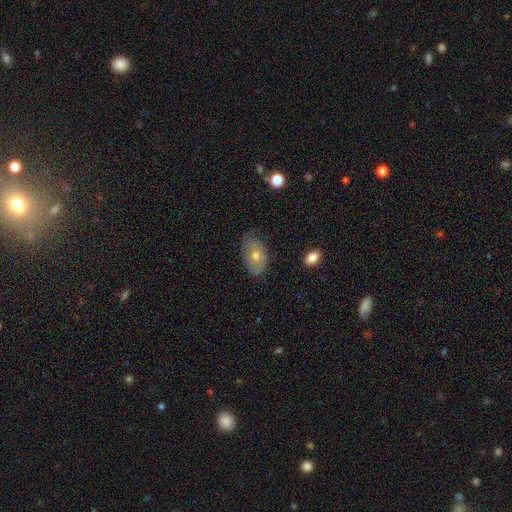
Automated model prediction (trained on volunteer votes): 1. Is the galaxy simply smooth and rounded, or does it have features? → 57% smooth, 34% featured or disk, 9% star or artifact.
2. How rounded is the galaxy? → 88% in between, 10% round, 2% cigar-shaped.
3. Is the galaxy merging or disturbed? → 68% none, 24% minor disturbance, 6% major disturbance, 1% merger.